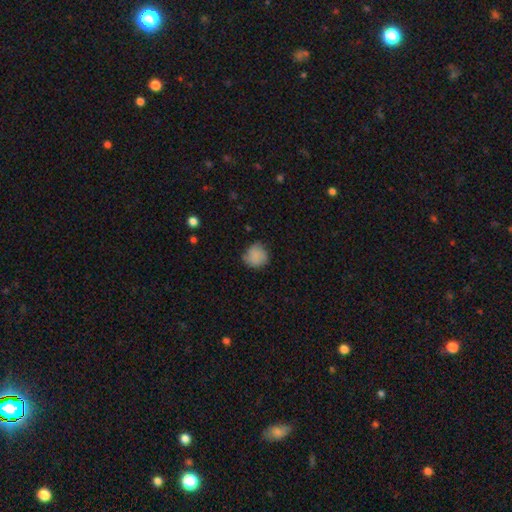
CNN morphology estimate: A smooth galaxy with no disk features (81%) that is round (86%).

Vote fractions:
- Smooth or featured? smooth: 81% / featured or disk: 11% / star or artifact: 8%
- How rounded? round: 86% / in between: 13% / cigar-shaped: 1%
- Merging? none: 71% / minor disturbance: 23% / major disturbance: 5% / merger: 1%